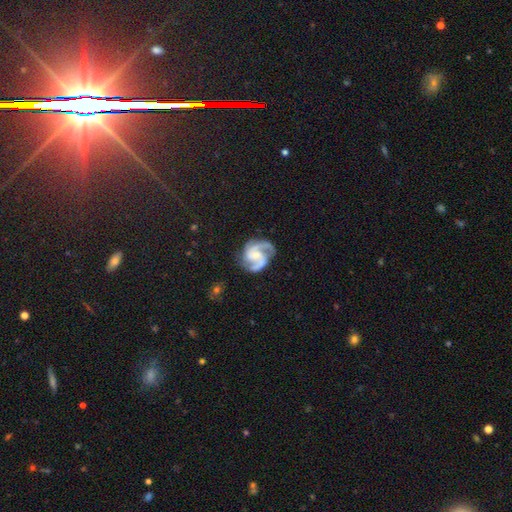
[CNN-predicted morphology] Smooth or featured? featured or disk (91%)
Edge-on disk? no (98%)
Bar? no (45%)
Spiral arms? yes (98%)
Spiral winding? medium (58%)
Spiral arm count? 2 (70%)
Bulge size? small (54%)
Merging? none (72%)